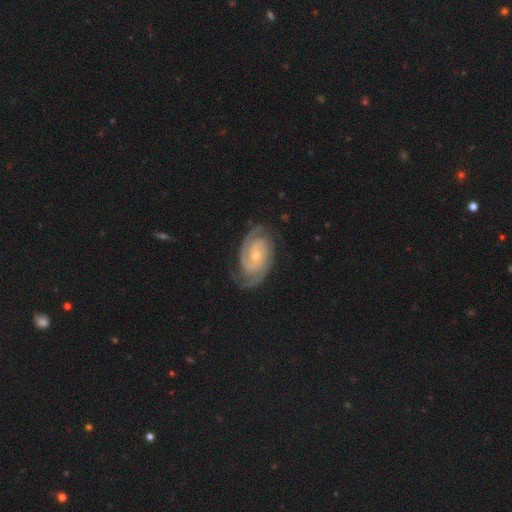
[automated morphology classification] Smooth or featured?
  - featured or disk: 92% *
  - smooth: 4%
  - star or artifact: 4%
Edge-on disk?
  - no: 97% *
  - yes: 3%
Bar?
  - no: 64% *
  - weak: 28%
  - strong: 8%
Spiral arms?
  - yes: 98% *
  - no: 2%
Spiral winding?
  - tight: 72% *
  - medium: 25%
  - loose: 4%
Spiral arm count?
  - 2: 52% *
  - 3: 25%
  - can't tell: 9%
  - 4: 6%
  - 1: 4%
  - more than 4: 4%
Bulge size?
  - small: 61% *
  - moderate: 36%
  - large: 1%
  - none: 1%
  - dominant: 1%
Merging?
  - none: 79% *
  - minor disturbance: 15%
  - major disturbance: 5%
  - merger: 1%